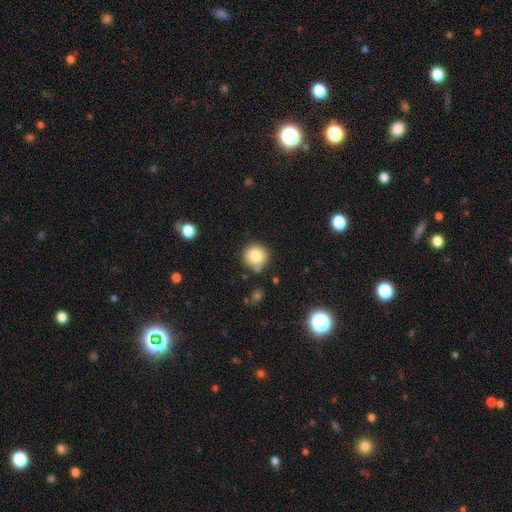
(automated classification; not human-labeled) Smooth or featured? smooth (83%)
How rounded? round (92%)
Merging? none (79%)